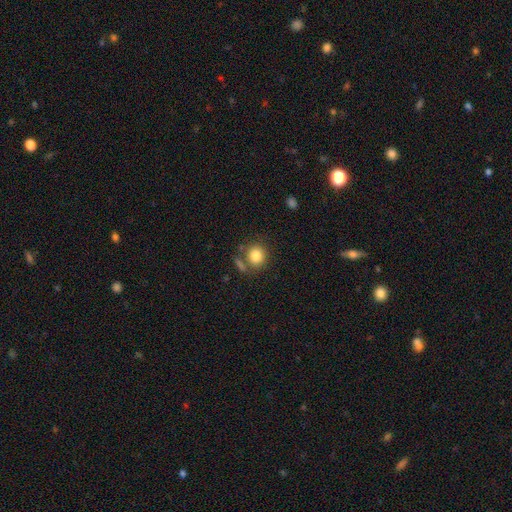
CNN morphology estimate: smooth_or_featured: smooth (p=0.83) [alt: star or artifact p=0.10]
how_rounded: round (p=0.78) [alt: in between p=0.21]
merging: none (p=0.68) [alt: merger p=0.14]